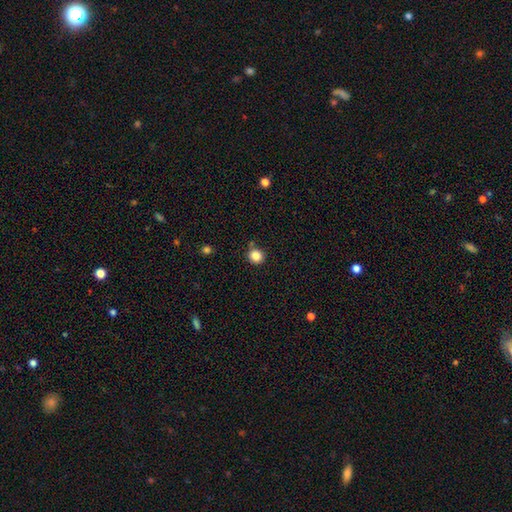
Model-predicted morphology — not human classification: A smooth galaxy with no disk features (86%) that is round (87%).

Vote fractions:
- Smooth or featured? smooth: 86% / star or artifact: 10% / featured or disk: 4%
- How rounded? round: 87% / in between: 13% / cigar-shaped: 1%
- Merging? none: 80% / minor disturbance: 12% / merger: 6% / major disturbance: 3%